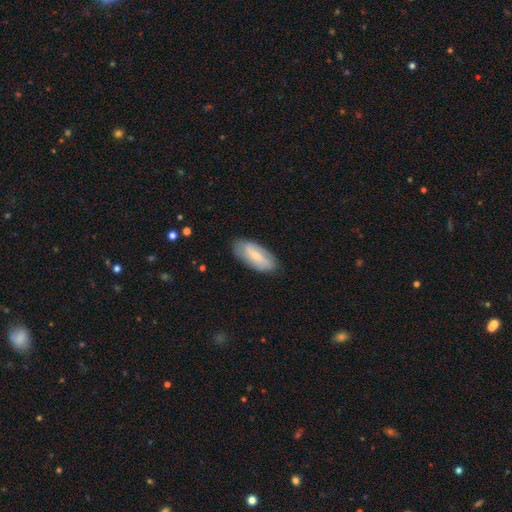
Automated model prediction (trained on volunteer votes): smooth-or-featured: smooth: 52% | featured or disk: 42% | star or artifact: 6%
  how-rounded: in between: 84% | cigar-shaped: 13% | round: 2%
  merging: none: 82% | minor disturbance: 14% | major disturbance: 3% | merger: 1%